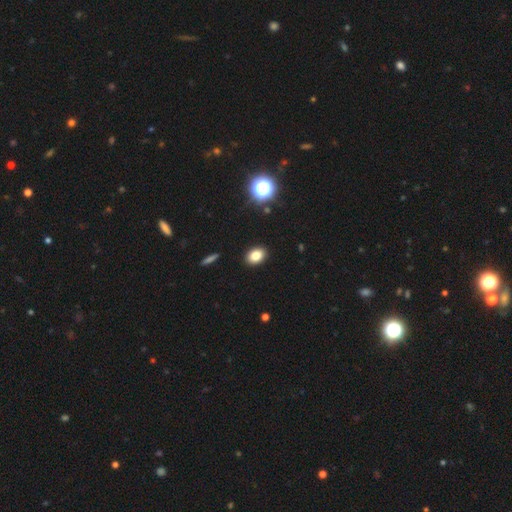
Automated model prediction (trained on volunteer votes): A smooth galaxy with no disk features (81%) that is in between round and cigar-shaped (73%). Merging: none (90%).